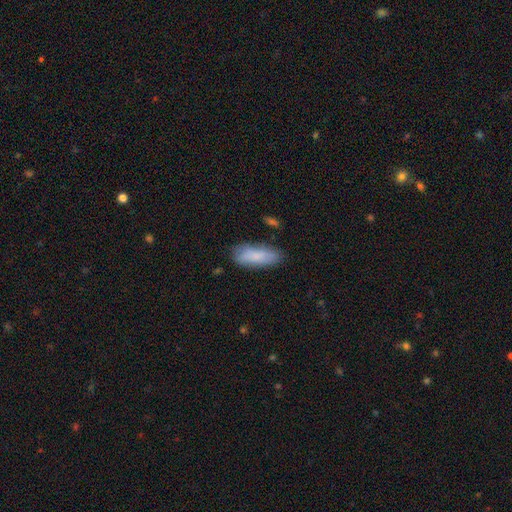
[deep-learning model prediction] smooth_or_featured: smooth (p=0.83) [alt: featured or disk p=0.10]
how_rounded: in between (p=0.66) [alt: cigar-shaped p=0.32]
merging: none (p=0.72) [alt: minor disturbance p=0.21]